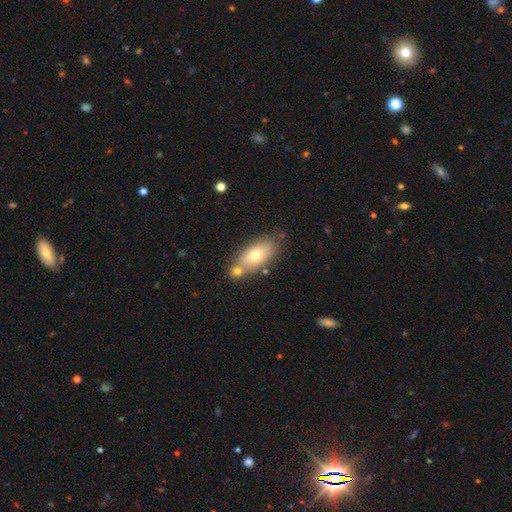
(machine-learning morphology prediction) smooth_or_featured: smooth (p=0.69) [alt: featured or disk p=0.23]
how_rounded: in between (p=0.86) [alt: cigar-shaped p=0.08]
merging: none (p=0.61) [alt: merger p=0.22]